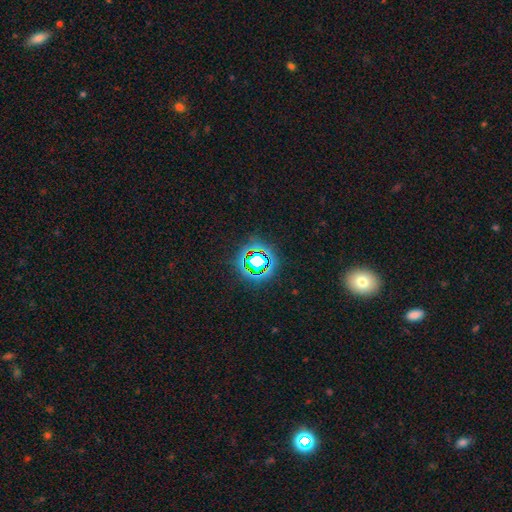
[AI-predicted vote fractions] smooth-or-featured: star or artifact: 76% | smooth: 15% | featured or disk: 9%